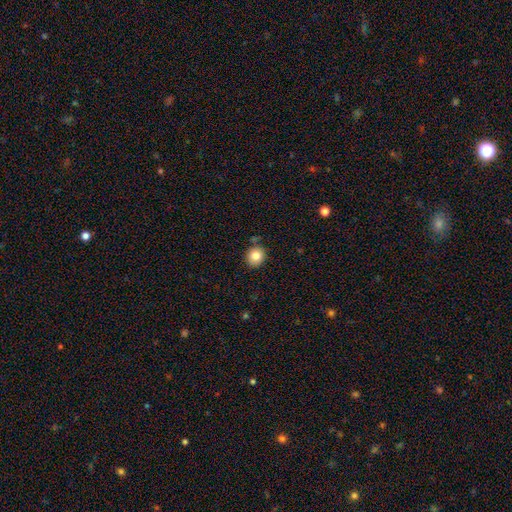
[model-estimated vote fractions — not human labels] Q: Smooth or featured?
A: smooth (82%); runner-up: star or artifact (10%)
Q: How rounded?
A: round (77%); runner-up: in between (22%)
Q: Merging?
A: none (82%); runner-up: minor disturbance (11%)